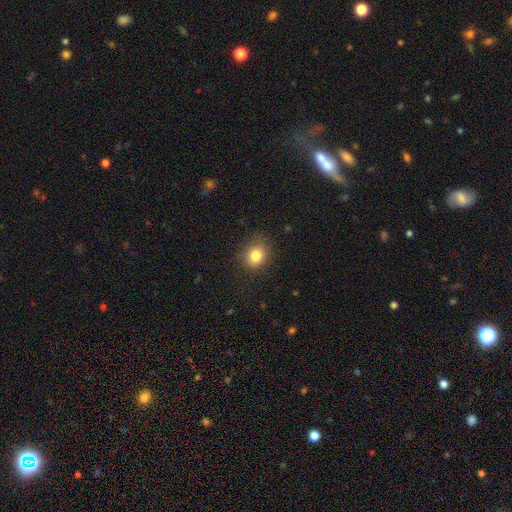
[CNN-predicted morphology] A smooth galaxy with no disk features (82%) that is round (73%). Merging: none (81%).